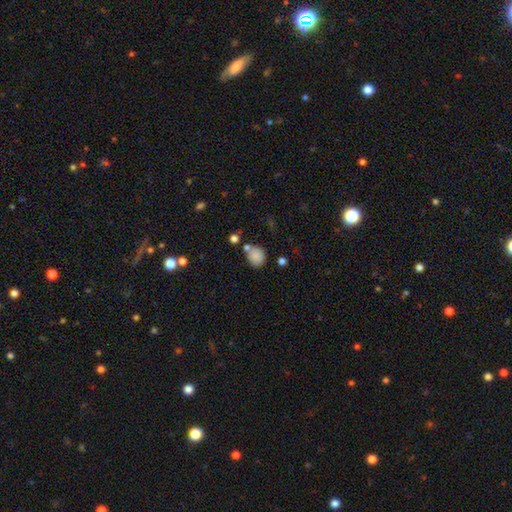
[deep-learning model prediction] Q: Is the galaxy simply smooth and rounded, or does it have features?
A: smooth — 84%.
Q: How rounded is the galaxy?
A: round — 62%.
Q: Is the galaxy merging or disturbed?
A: none — 62%.